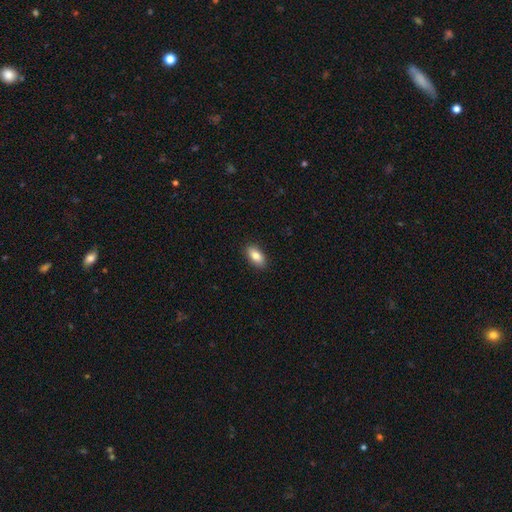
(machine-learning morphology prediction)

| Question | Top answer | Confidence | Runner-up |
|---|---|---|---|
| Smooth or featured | smooth | 84% | featured or disk (10%) |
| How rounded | in between | 90% | cigar-shaped (7%) |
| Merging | none | 89% | minor disturbance (8%) |